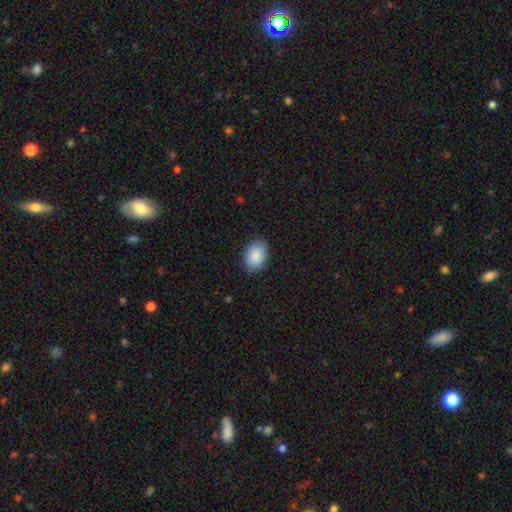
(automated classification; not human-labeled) Smooth or featured: smooth — 88% (star or artifact — 6%)
How rounded: in between — 79% (round — 20%)
Merging: none — 86% (minor disturbance — 11%)